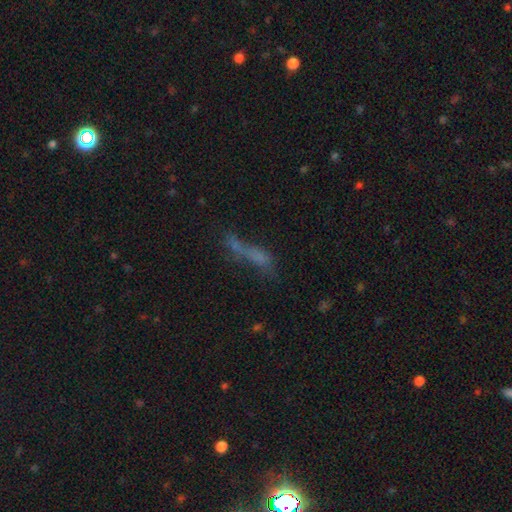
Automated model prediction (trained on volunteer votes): Morphology: type=smooth (53%); roundness=cigar-shaped (60%); merging=none (34%).